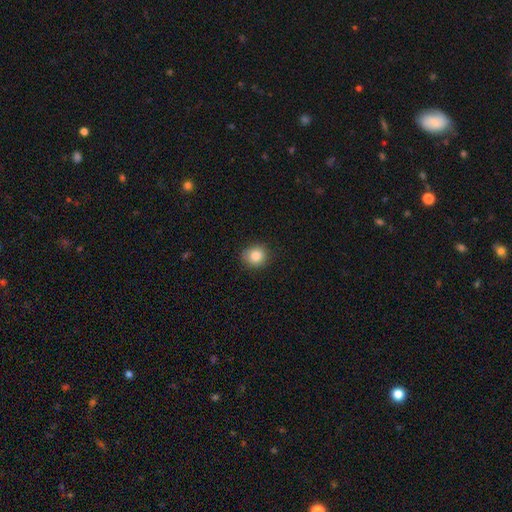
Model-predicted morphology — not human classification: A smooth galaxy with no disk features (85%) that is round (81%).

Vote fractions:
- Smooth or featured? smooth: 85% / star or artifact: 9% / featured or disk: 6%
- How rounded? round: 81% / in between: 18% / cigar-shaped: 1%
- Merging? none: 85% / minor disturbance: 11% / major disturbance: 2% / merger: 1%